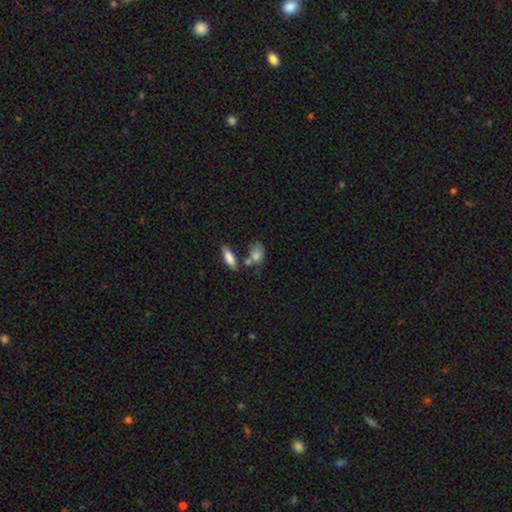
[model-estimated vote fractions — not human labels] This is likely a smooth galaxy (79%). How rounded: likely in between (72%). Merging: possibly none (47%).